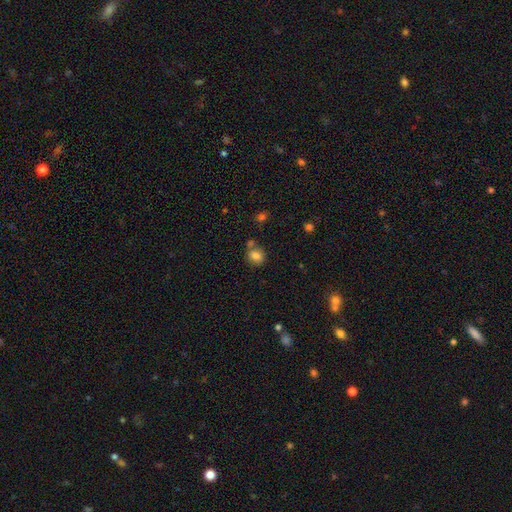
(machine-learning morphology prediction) smooth_or_featured: smooth (p=0.82) [alt: star or artifact p=0.11]
how_rounded: round (p=0.72) [alt: in between p=0.27]
merging: none (p=0.66) [alt: merger p=0.18]